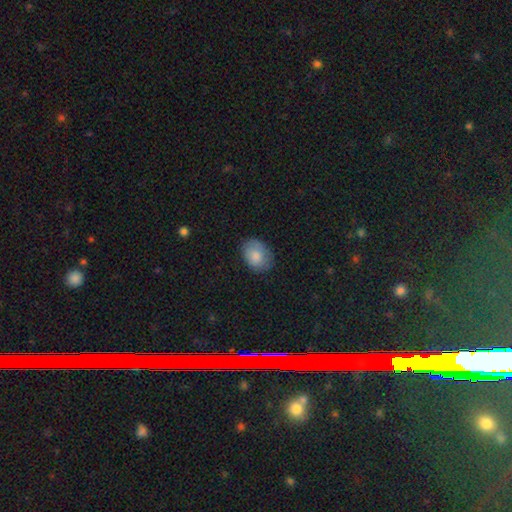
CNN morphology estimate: Smooth or featured?
  - smooth: 83% *
  - featured or disk: 10%
  - star or artifact: 7%
How rounded?
  - in between: 69% *
  - round: 30%
  - cigar-shaped: 1%
Merging?
  - none: 76% *
  - minor disturbance: 19%
  - major disturbance: 4%
  - merger: 1%